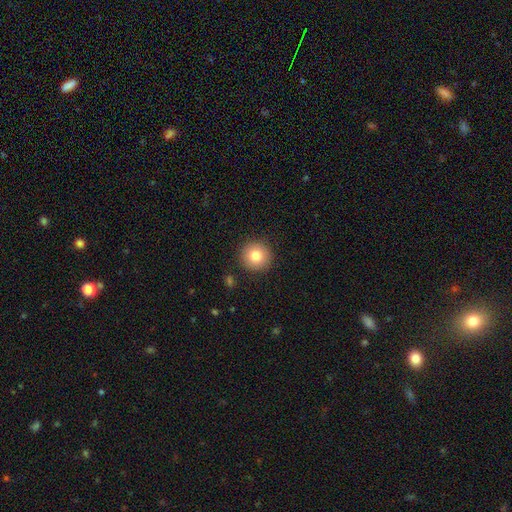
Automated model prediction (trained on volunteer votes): smooth-or-featured: smooth: 83% | star or artifact: 9% | featured or disk: 8%
  how-rounded: round: 94% | in between: 5% | cigar-shaped: 1%
  merging: none: 90% | minor disturbance: 6% | major disturbance: 2% | merger: 1%